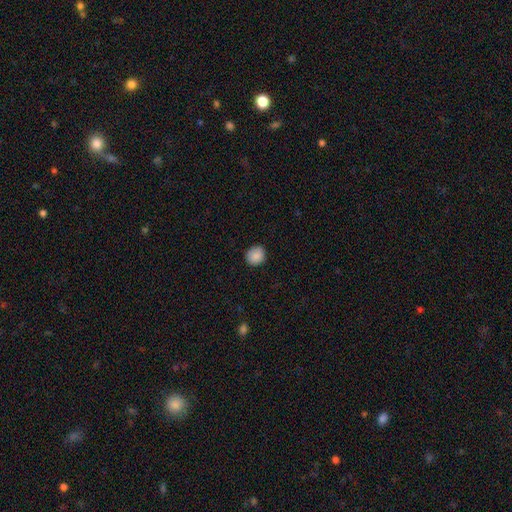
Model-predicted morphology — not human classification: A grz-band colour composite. It shows a smooth galaxy with no disk features (89%) that is round (76%). Merging: none (87%).